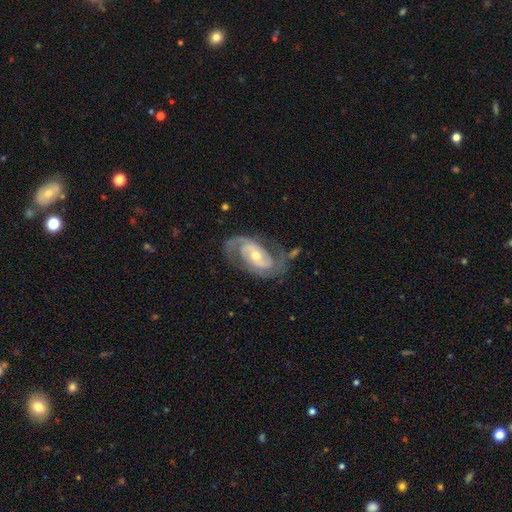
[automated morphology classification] Overall: featured or disk (90%). Edge-on disk: no (96%). Bar: no (48%; weak 35%). Spiral arms: yes (97%). Spiral arm count: 2 (87%). Spiral winding: medium (48%; tight 37%). Bulge size: moderate (53%; small 43%). Merging: none (70%).